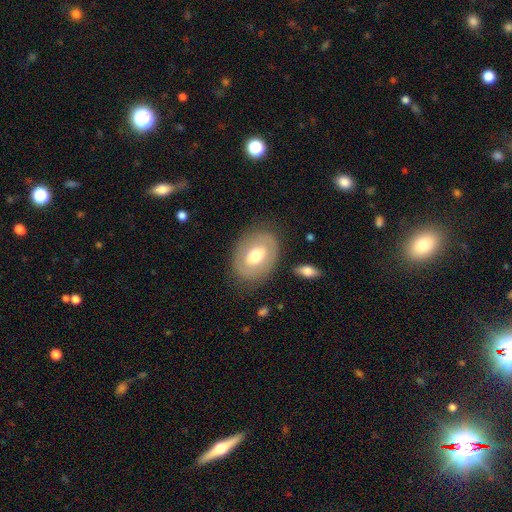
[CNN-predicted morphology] Overall: smooth (49%; featured or disk 44%). Merging: none (77%).